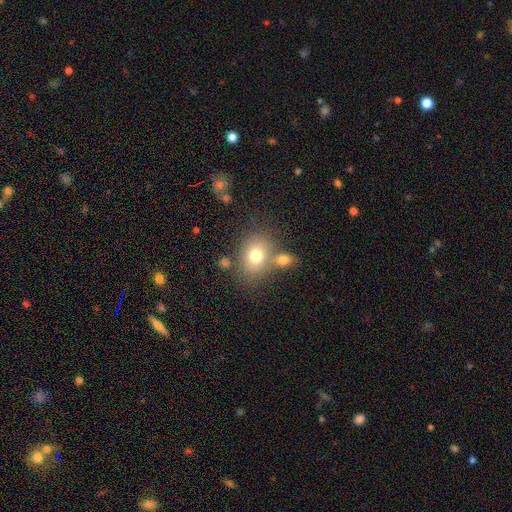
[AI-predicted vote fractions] Morphology: type=smooth (73%); roundness=in between (58%); merging=none (56%).